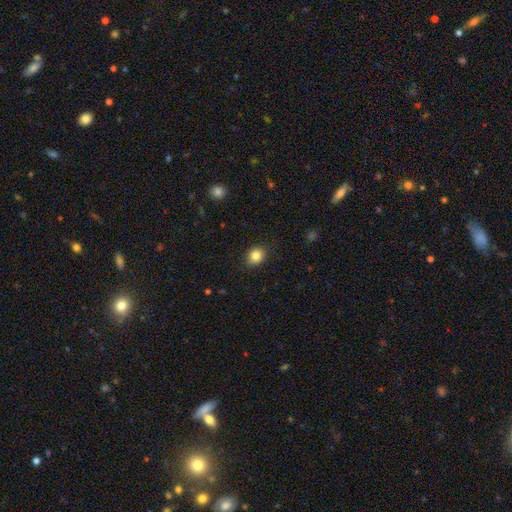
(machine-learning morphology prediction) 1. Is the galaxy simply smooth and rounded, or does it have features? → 85% smooth, 10% star or artifact, 5% featured or disk.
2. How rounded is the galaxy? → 61% round, 39% in between, 1% cigar-shaped.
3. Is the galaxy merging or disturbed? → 87% none, 10% minor disturbance, 3% major disturbance, 1% merger.